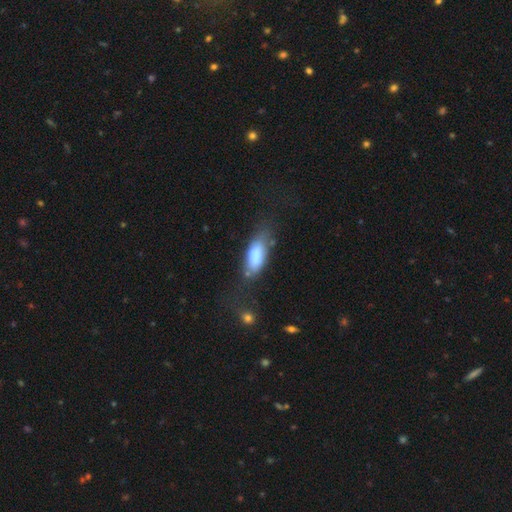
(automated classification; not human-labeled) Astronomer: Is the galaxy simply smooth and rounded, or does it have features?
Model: smooth — 80%.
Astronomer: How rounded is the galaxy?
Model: in between — 83%.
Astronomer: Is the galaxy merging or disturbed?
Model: none — 50% (runner-up: minor disturbance, 27%).